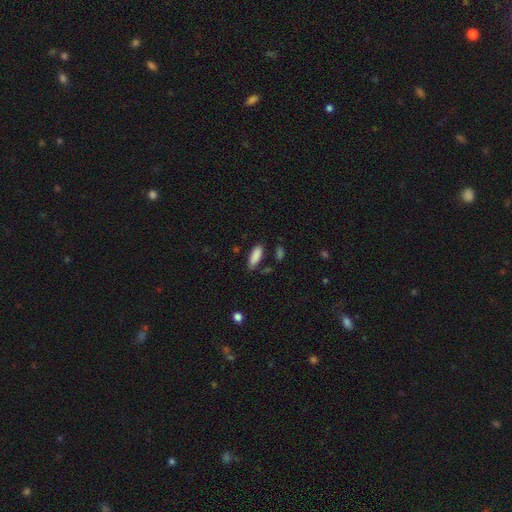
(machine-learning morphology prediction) Smooth or featured? smooth (88%)
How rounded? in between (67%)
Merging? none (77%)